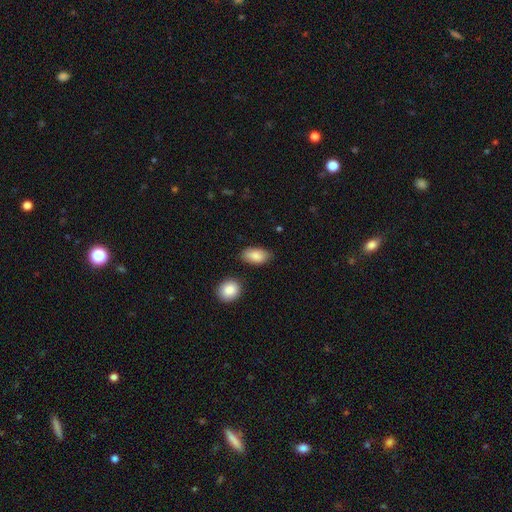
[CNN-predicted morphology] Smooth or featured? Predicted: smooth (p=0.88). How rounded? Predicted: in between (p=0.93). Merging? Predicted: none (p=0.81).